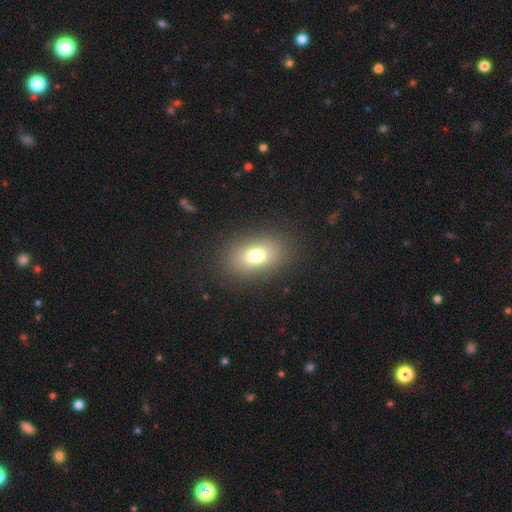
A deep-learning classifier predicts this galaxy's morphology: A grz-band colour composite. It shows a smooth galaxy with no disk features (75%) that is in between round and cigar-shaped (79%). Merging: none (85%).